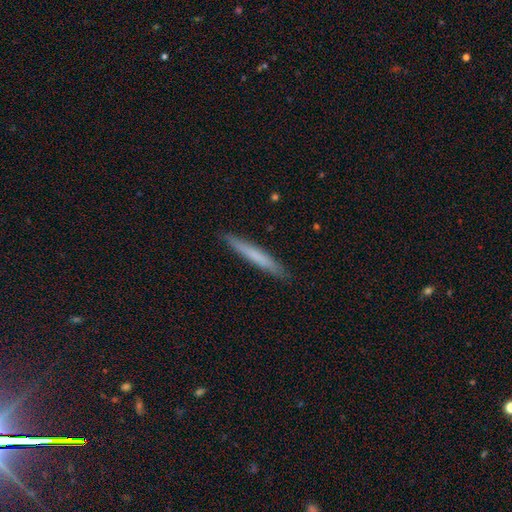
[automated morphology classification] A smooth galaxy with no disk features (67%) that is cigar-shaped (96%).

Vote fractions:
- Smooth or featured? smooth: 67% / featured or disk: 28% / star or artifact: 5%
- How rounded? cigar-shaped: 96% / in between: 3% / round: 1%
- Merging? none: 91% / minor disturbance: 7% / major disturbance: 1% / merger: 1%